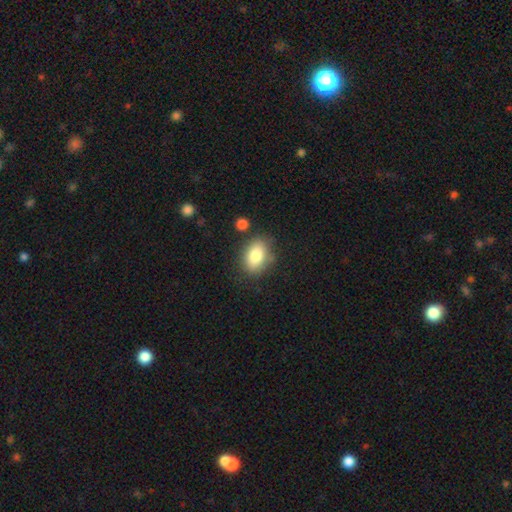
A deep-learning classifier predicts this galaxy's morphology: Q: Smooth or featured?
A: smooth (83%); runner-up: featured or disk (10%)
Q: How rounded?
A: in between (83%); runner-up: round (15%)
Q: Merging?
A: none (76%); runner-up: minor disturbance (14%)